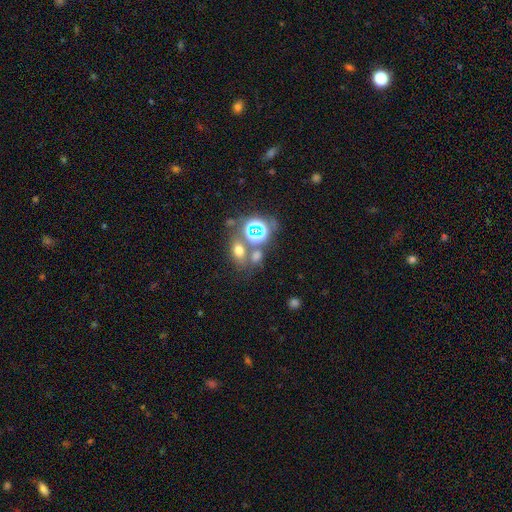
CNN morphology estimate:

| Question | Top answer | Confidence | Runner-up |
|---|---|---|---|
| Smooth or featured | smooth | 56% | star or artifact (32%) |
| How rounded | in between | 56% | round (42%) |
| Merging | none | 52% | merger (32%) |